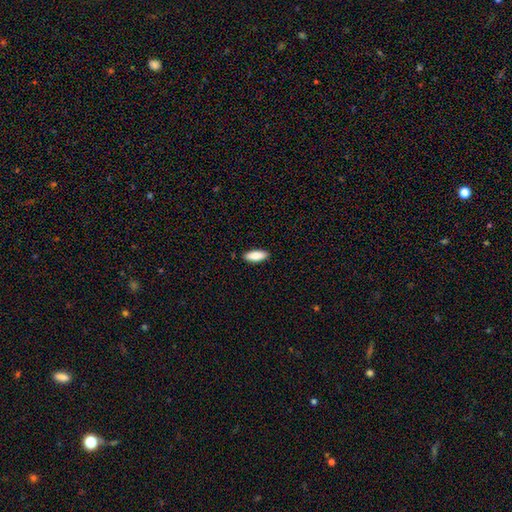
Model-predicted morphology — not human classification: A smooth galaxy with no disk features (85%) that is in between round and cigar-shaped (71%). Merging: none (89%).